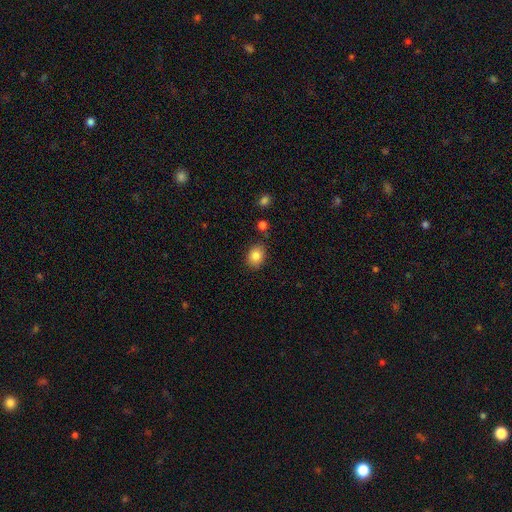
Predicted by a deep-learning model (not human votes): A smooth galaxy with no disk features (84%) that is in between round and cigar-shaped (58%).

Vote fractions:
- Smooth or featured? smooth: 84% / star or artifact: 9% / featured or disk: 7%
- How rounded? in between: 58% / round: 41% / cigar-shaped: 1%
- Merging? none: 82% / minor disturbance: 12% / merger: 3% / major disturbance: 3%